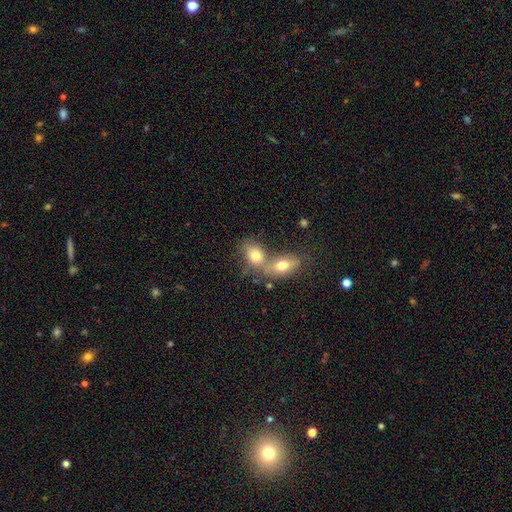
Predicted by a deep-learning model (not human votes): Overall: smooth (75%). How rounded: in between (71%). Merging: merger (64%; none 25%).